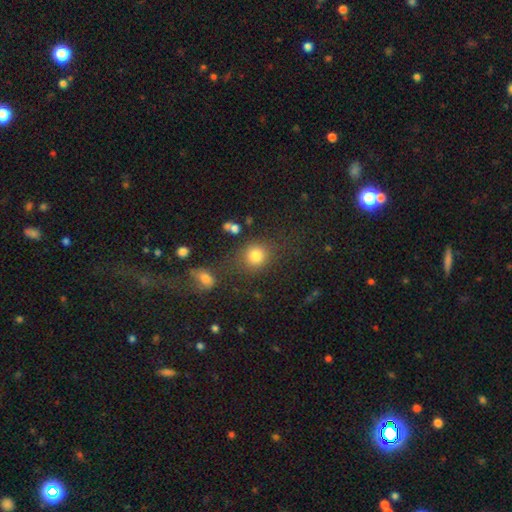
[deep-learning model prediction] Overall: smooth (80%). How rounded: round (80%). Merging: none (71%).